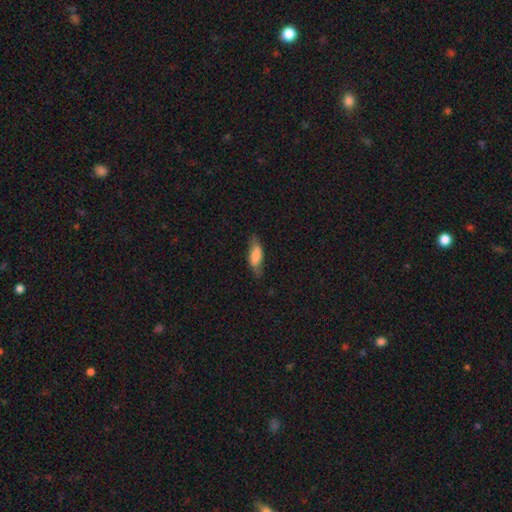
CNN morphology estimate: Smooth or featured? smooth (74%)
How rounded? in between (67%)
Merging? none (66%)